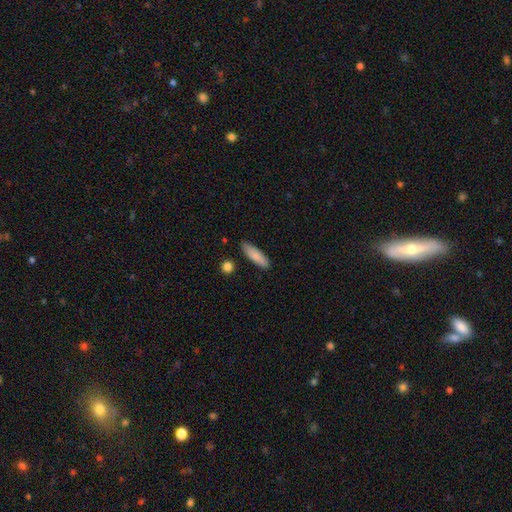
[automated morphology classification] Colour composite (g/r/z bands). It shows a smooth galaxy with no disk features (83%) that is cigar-shaped (57%). Merging: none (85%).